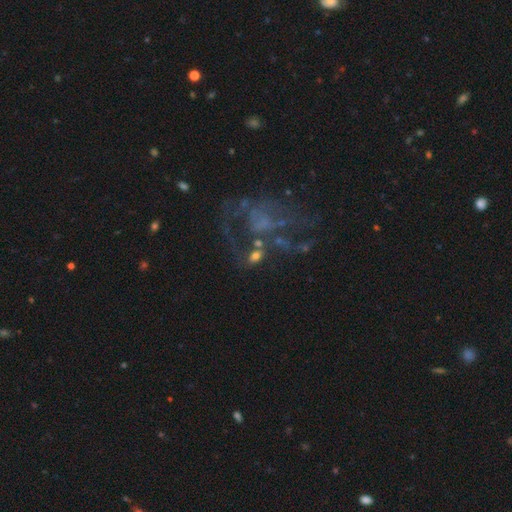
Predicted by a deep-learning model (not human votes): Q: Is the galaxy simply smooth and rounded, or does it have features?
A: smooth — 50%.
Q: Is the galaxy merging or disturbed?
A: none — 43%.